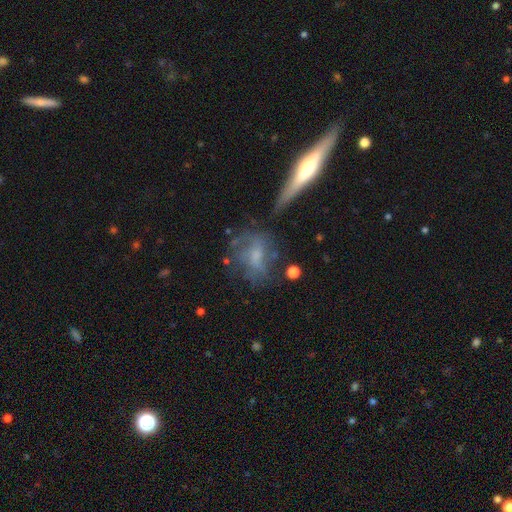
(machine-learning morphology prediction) smooth-or-featured: featured or disk: 53% | smooth: 35% | star or artifact: 12%
  disk-edge-on: no: 89% | yes: 11%
  merging: none: 50% | minor disturbance: 21% | major disturbance: 20% | merger: 9%